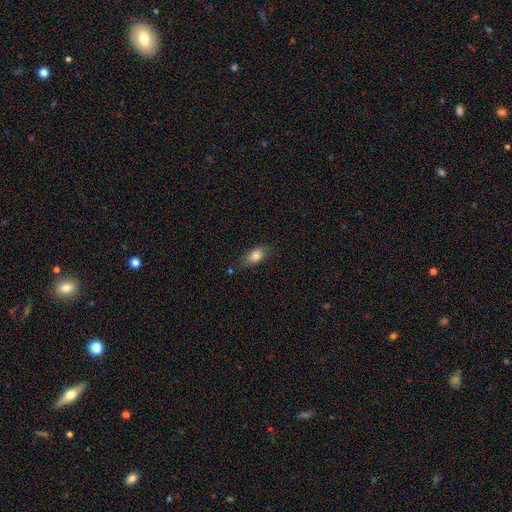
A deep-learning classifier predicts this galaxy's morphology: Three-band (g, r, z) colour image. It shows a smooth galaxy with no disk features (80%) that is in between round and cigar-shaped (82%). Merging: none (73%).